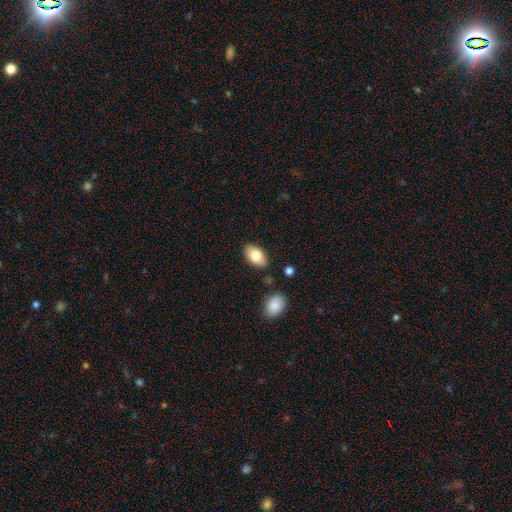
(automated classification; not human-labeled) smooth_or_featured: smooth (p=0.81) [alt: featured or disk p=0.12]
how_rounded: in between (p=0.93) [alt: round p=0.05]
merging: none (p=0.85) [alt: minor disturbance p=0.10]